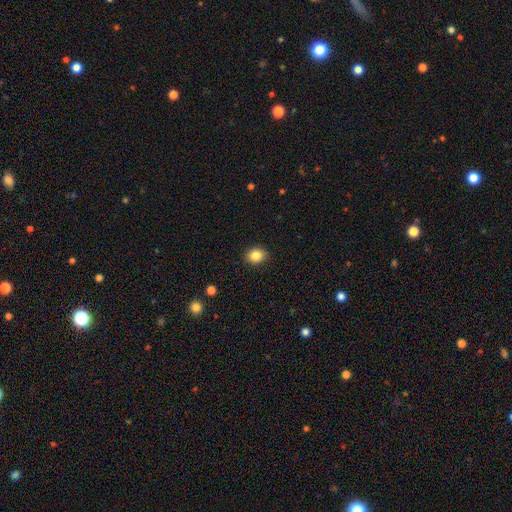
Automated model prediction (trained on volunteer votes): Morphology: type=smooth (85%); roundness=round (62%); merging=none (90%).